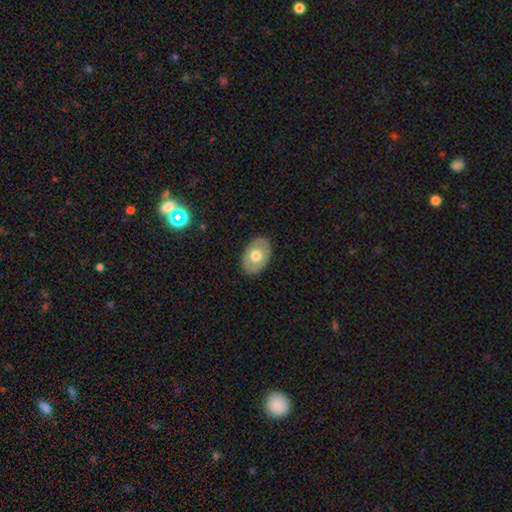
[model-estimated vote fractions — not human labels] The model was most divided on "smooth or featured": smooth: 64%, featured or disk: 30%, star or artifact: 6%. More confident: merging — none (86%); how rounded — in between (83%).